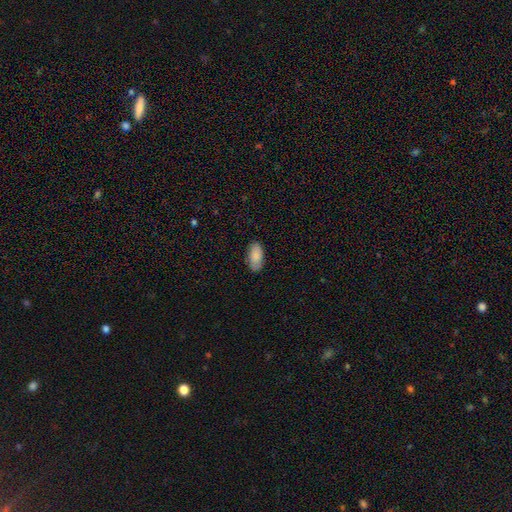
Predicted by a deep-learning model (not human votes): Overall: smooth (87%). How rounded: in between (93%). Merging: none (85%).